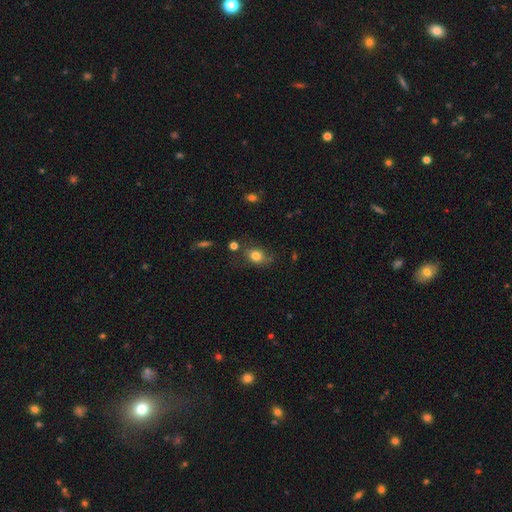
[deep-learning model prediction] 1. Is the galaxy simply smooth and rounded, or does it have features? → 81% smooth, 11% star or artifact, 9% featured or disk.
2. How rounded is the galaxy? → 59% in between, 39% round, 2% cigar-shaped.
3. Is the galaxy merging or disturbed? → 63% none, 23% minor disturbance, 8% major disturbance, 6% merger.